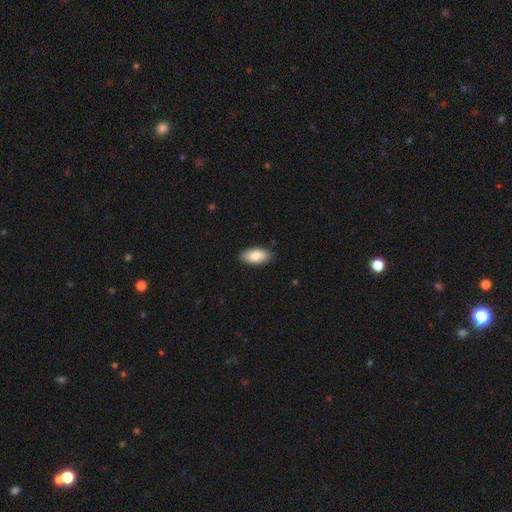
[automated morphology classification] smooth 84%, featured or disk 10%, star or artifact 6%. Down the decision tree: how rounded — in between (93%); merging — none (88%).